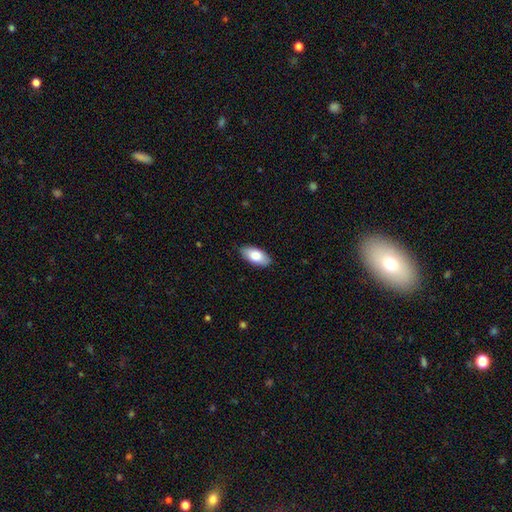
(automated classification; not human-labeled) Smooth or featured: smooth — 82% (featured or disk — 12%)
How rounded: in between — 92% (cigar-shaped — 5%)
Merging: none — 87% (minor disturbance — 10%)